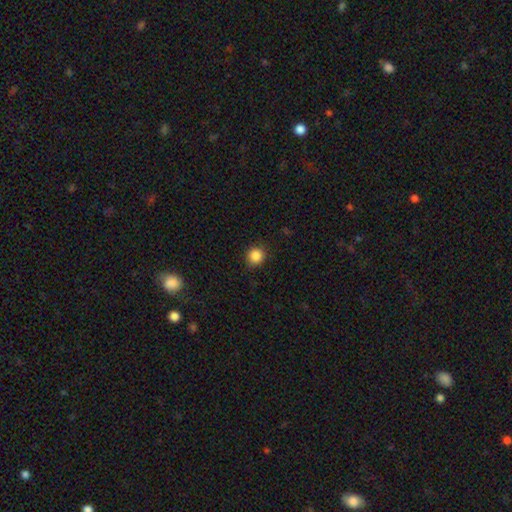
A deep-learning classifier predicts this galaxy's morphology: Smooth or featured: smooth — 87% (star or artifact — 10%)
How rounded: round — 91% (in between — 8%)
Merging: none — 87% (minor disturbance — 9%)